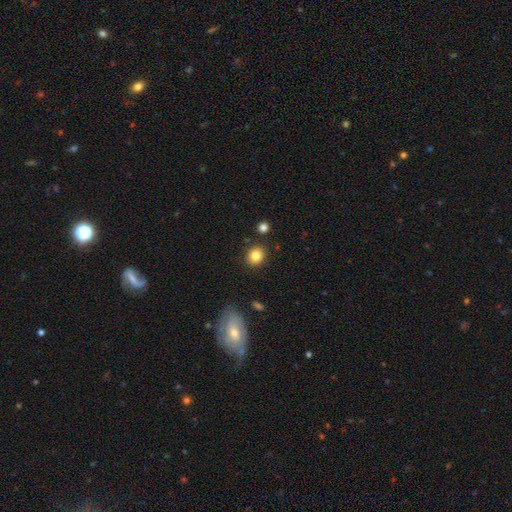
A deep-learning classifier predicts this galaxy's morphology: Smooth or featured? smooth (84%)
How rounded? round (71%)
Merging? none (86%)